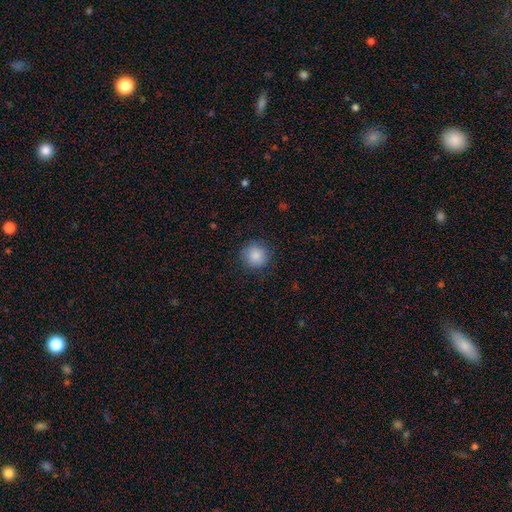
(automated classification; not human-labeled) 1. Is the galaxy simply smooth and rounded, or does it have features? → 87% smooth, 8% star or artifact, 5% featured or disk.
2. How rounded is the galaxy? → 93% round, 6% in between, 1% cigar-shaped.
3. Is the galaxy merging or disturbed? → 86% none, 10% minor disturbance, 3% major disturbance, 1% merger.